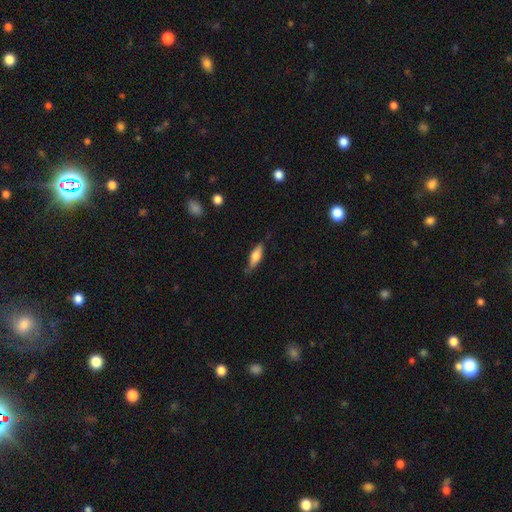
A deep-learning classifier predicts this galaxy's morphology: A smooth galaxy with no disk features (59%) that is in between round and cigar-shaped (51%). Merging: none (74%).